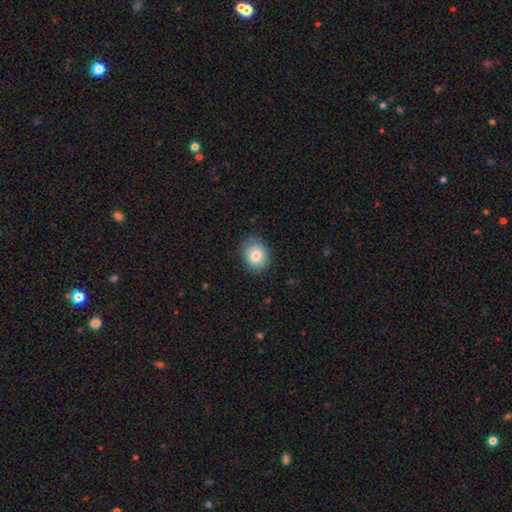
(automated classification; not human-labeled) A smooth galaxy with no disk features (81%) that is in between round and cigar-shaped (52%). Merging: none (79%).